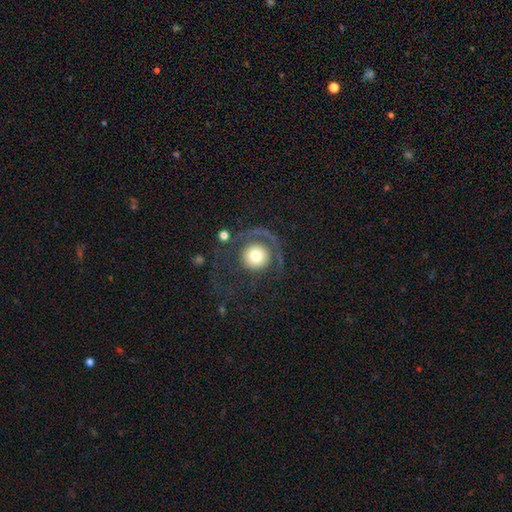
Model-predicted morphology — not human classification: Overall: smooth (55%; featured or disk 36%). How rounded: round (92%). Merging: none (44%; major disturbance 39%).